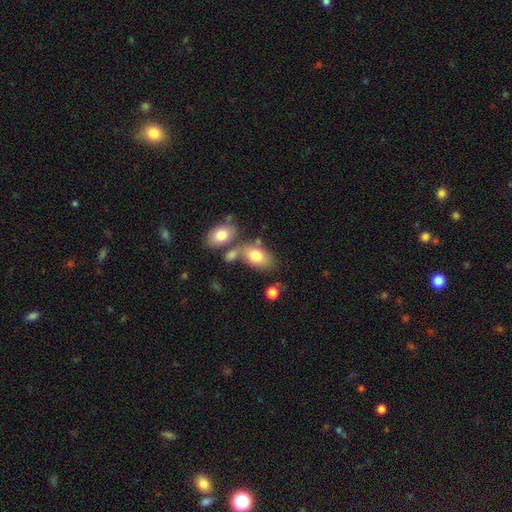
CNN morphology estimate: A smooth galaxy with no disk features (77%) that is in between round and cigar-shaped (90%).

Vote fractions:
- Smooth or featured? smooth: 77% / featured or disk: 16% / star or artifact: 8%
- How rounded? in between: 90% / round: 8% / cigar-shaped: 2%
- Merging? none: 47% / merger: 31% / minor disturbance: 15% / major disturbance: 6%